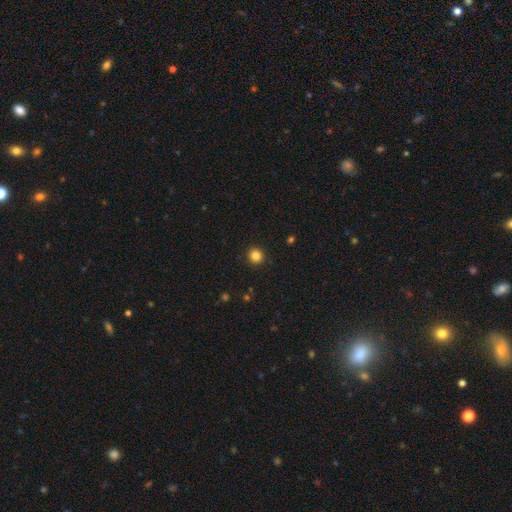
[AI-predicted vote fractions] The model was most divided on "smooth or featured": smooth: 85%, star or artifact: 11%, featured or disk: 4%. More confident: merging — none (92%); how rounded — round (89%).